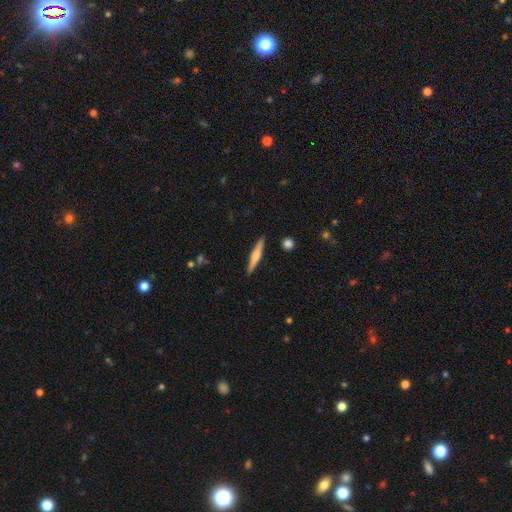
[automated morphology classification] Smooth or featured? featured or disk (50%)
Merging? none (91%)